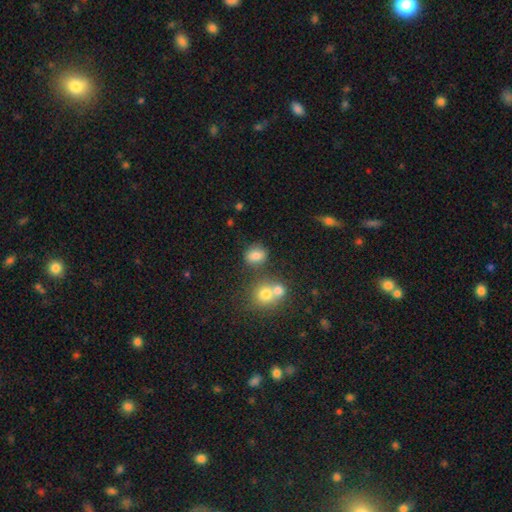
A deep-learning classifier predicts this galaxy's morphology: This appears to be a smooth galaxy with no disk features (79%) that is in between round and cigar-shaped (53%). Merging: none (69%).